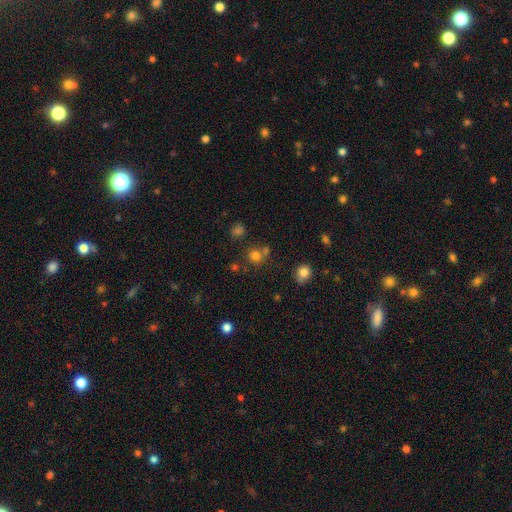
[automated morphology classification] Q: Smooth or featured?
A: smooth (74%); runner-up: star or artifact (18%)
Q: How rounded?
A: round (87%); runner-up: in between (12%)
Q: Merging?
A: none (64%); runner-up: merger (23%)